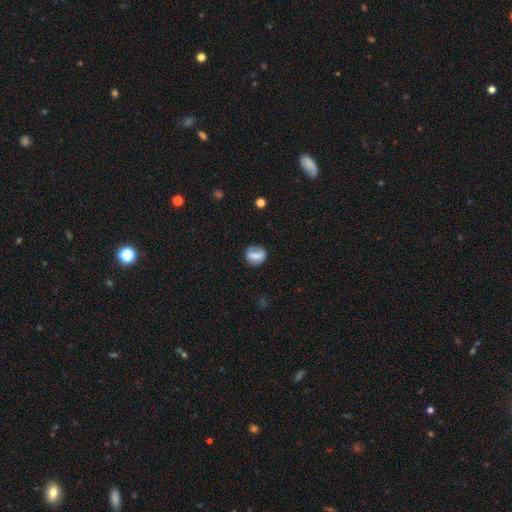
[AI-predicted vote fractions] Smooth or featured: smooth — 65% (featured or disk — 26%)
How rounded: round — 74% (in between — 24%)
Merging: none — 76% (minor disturbance — 17%)